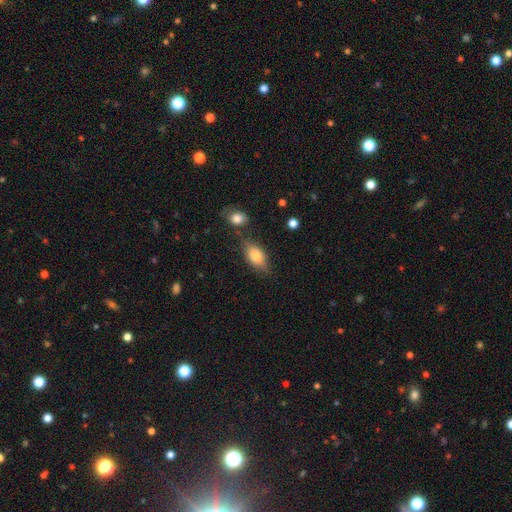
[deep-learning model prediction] smooth_or_featured: smooth (p=0.75) [alt: featured or disk p=0.17]
how_rounded: in between (p=0.86) [alt: cigar-shaped p=0.07]
merging: none (p=0.70) [alt: minor disturbance p=0.17]